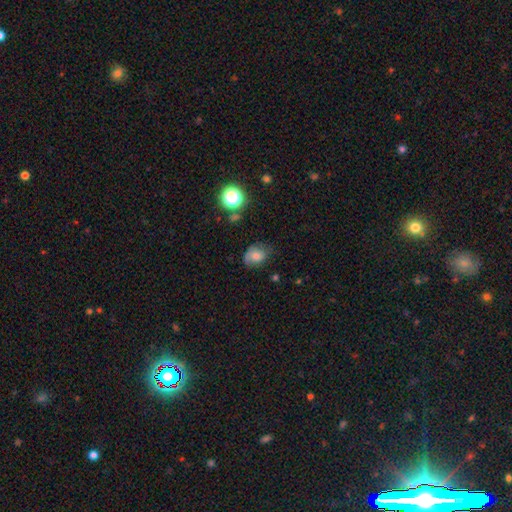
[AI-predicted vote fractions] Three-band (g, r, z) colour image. It shows a smooth galaxy with no disk features (69%) that is in between round and cigar-shaped (62%). Merging: none (55%).